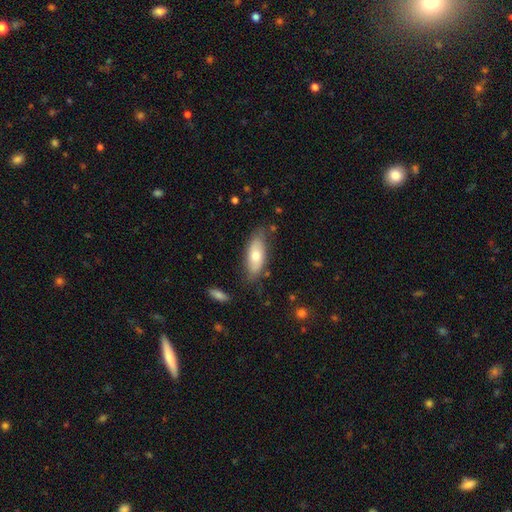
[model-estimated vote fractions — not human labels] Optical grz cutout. It shows a smooth galaxy with no disk features (66%) that is in between round and cigar-shaped (79%). Merging: none (70%).